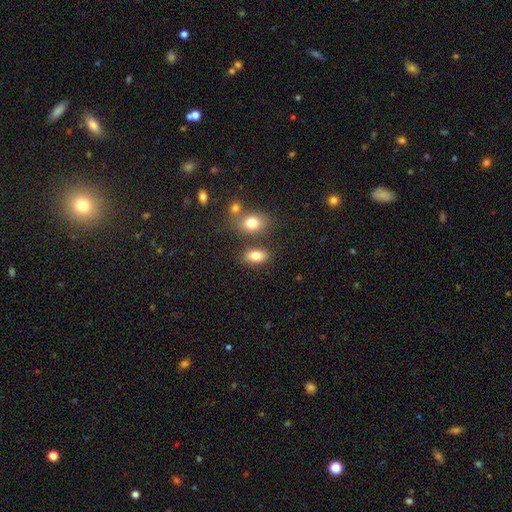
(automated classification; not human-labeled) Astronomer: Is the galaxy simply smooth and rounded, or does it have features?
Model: smooth — 81%.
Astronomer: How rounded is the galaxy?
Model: in between — 86%.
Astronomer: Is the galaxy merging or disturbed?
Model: none — 70%.